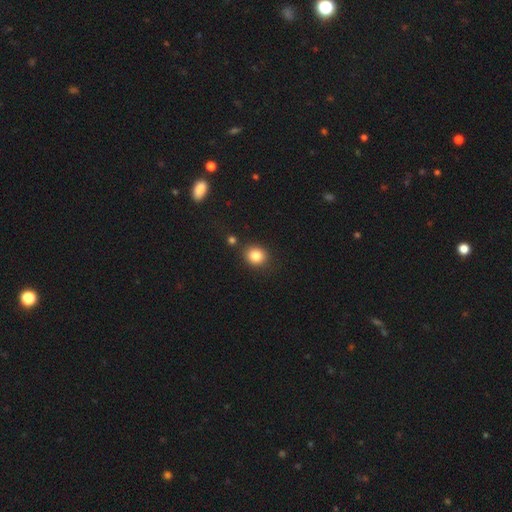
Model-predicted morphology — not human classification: Smooth or featured?
  - smooth: 84% *
  - star or artifact: 10%
  - featured or disk: 6%
How rounded?
  - round: 75% *
  - in between: 24%
  - cigar-shaped: 1%
Merging?
  - none: 82% *
  - minor disturbance: 9%
  - merger: 6%
  - major disturbance: 3%